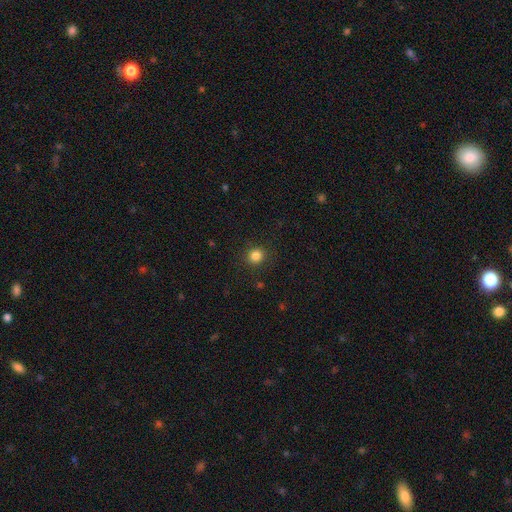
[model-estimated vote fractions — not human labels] Smooth or featured: smooth — 84% (star or artifact — 12%)
How rounded: round — 87% (in between — 12%)
Merging: none — 90% (minor disturbance — 7%)